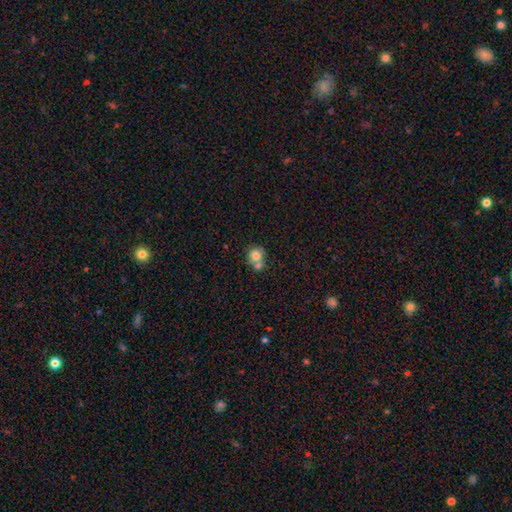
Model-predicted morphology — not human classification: Q: Smooth or featured?
A: smooth (76%); runner-up: featured or disk (14%)
Q: How rounded?
A: round (81%); runner-up: in between (18%)
Q: Merging?
A: merger (45%); runner-up: none (41%)